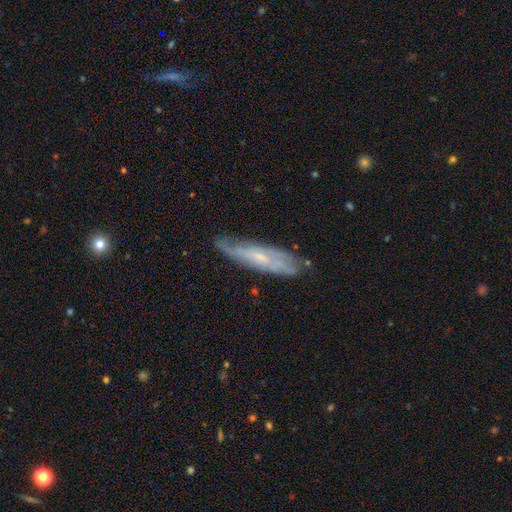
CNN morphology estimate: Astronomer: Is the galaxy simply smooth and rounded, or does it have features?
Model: featured or disk — 60%.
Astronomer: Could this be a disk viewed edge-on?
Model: no — 53% (runner-up: yes, 47%).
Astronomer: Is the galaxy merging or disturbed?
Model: none — 74%.